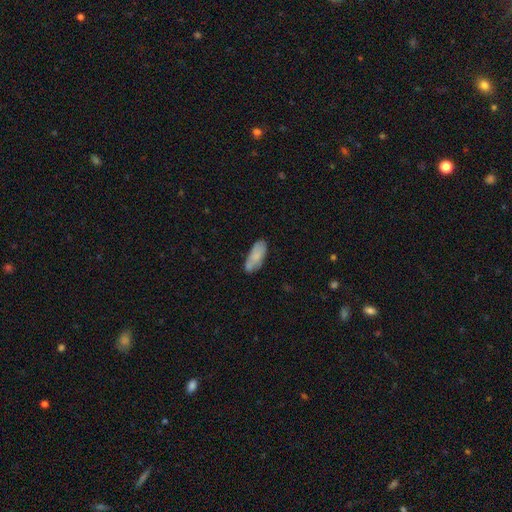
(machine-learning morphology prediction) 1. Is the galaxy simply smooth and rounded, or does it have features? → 75% smooth, 19% featured or disk, 7% star or artifact.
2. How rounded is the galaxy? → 81% in between, 17% cigar-shaped, 2% round.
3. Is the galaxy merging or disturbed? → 69% none, 22% minor disturbance, 5% major disturbance, 4% merger.